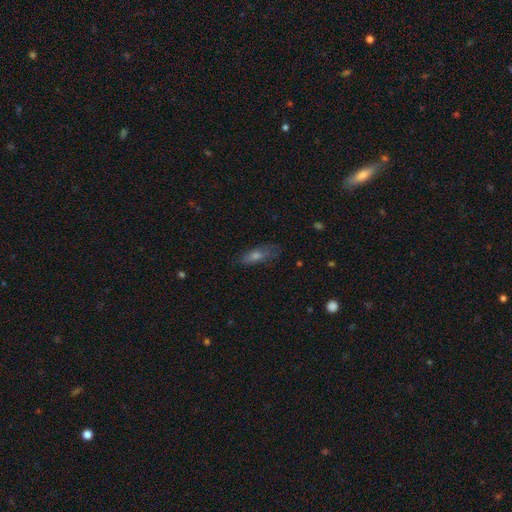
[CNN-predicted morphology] Smooth or featured? Predicted: smooth (p=0.56). How rounded? Predicted: in between (p=0.50). Merging? Predicted: none (p=0.71).